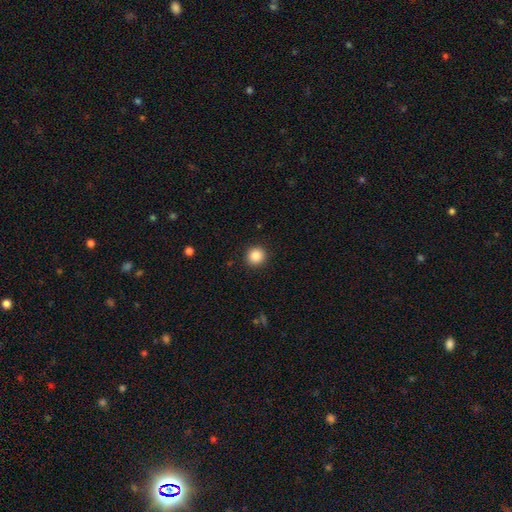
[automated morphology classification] Smooth or featured?
  - smooth: 87% *
  - star or artifact: 10%
  - featured or disk: 3%
How rounded?
  - round: 93% *
  - in between: 6%
  - cigar-shaped: 1%
Merging?
  - none: 92% *
  - minor disturbance: 5%
  - major disturbance: 2%
  - merger: 1%